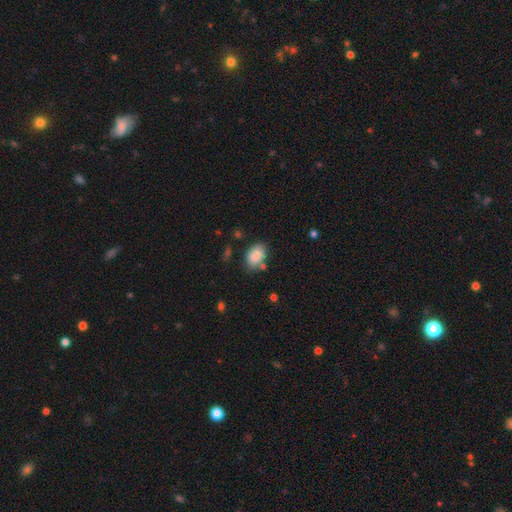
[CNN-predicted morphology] smooth 87%, star or artifact 7%, featured or disk 6%. Down the decision tree: how rounded — in between (85%); merging — none (72%).